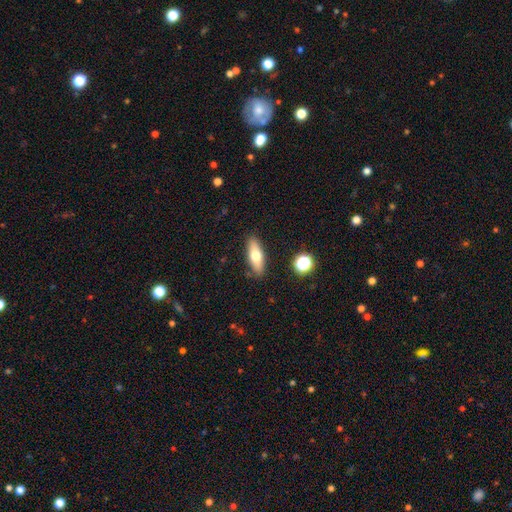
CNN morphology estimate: smooth_or_featured: smooth (p=0.65) [alt: featured or disk p=0.28]
how_rounded: in between (p=0.60) [alt: cigar-shaped p=0.37]
merging: none (p=0.86) [alt: minor disturbance p=0.09]